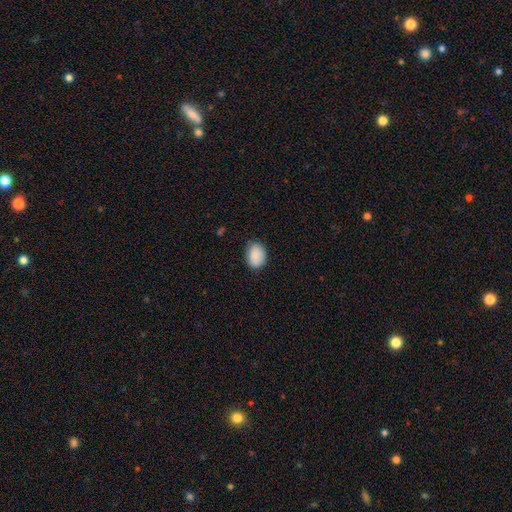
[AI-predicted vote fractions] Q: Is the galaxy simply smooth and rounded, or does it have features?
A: smooth — 89%.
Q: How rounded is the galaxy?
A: in between — 66%.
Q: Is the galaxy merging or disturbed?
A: none — 78%.